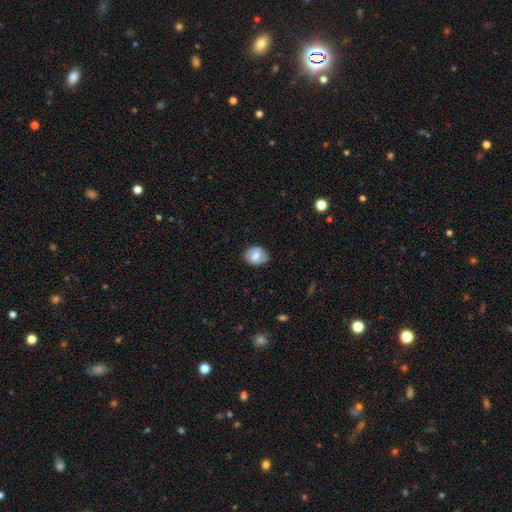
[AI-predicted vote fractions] smooth 63%, featured or disk 30%, star or artifact 7%. Down the decision tree: how rounded — in between (59%); merging — none (75%).